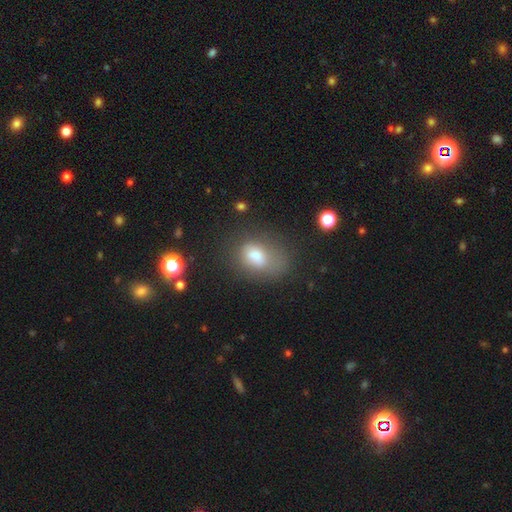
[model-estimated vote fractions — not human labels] A smooth galaxy with no disk features (70%) that is in between round and cigar-shaped (77%). Merging: none (44%).